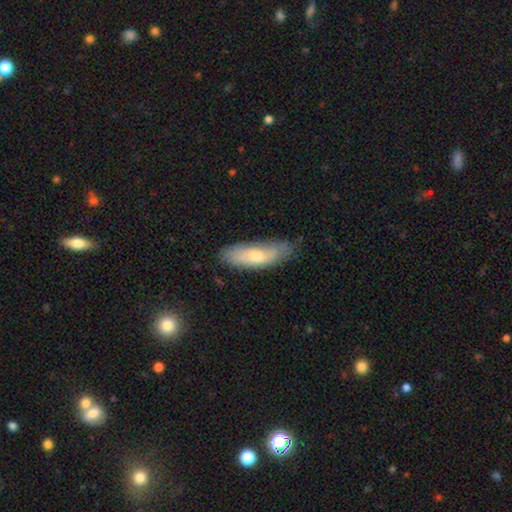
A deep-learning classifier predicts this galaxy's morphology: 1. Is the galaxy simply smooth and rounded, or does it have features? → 60% smooth, 34% featured or disk, 6% star or artifact.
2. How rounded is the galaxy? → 59% in between, 39% cigar-shaped, 2% round.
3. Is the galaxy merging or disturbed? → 69% none, 24% minor disturbance, 5% major disturbance, 2% merger.